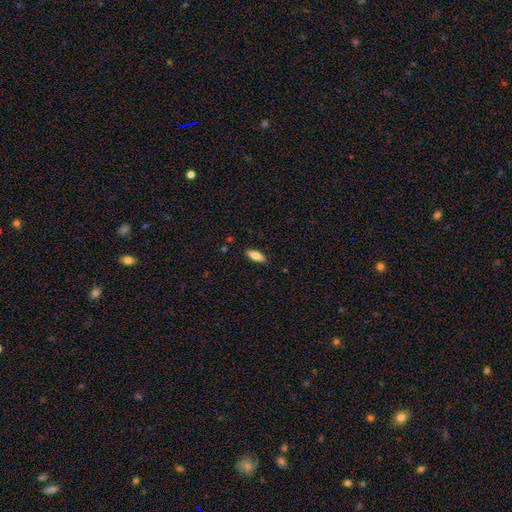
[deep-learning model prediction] Q: Smooth or featured?
A: smooth (80%); runner-up: featured or disk (13%)
Q: How rounded?
A: in between (75%); runner-up: cigar-shaped (23%)
Q: Merging?
A: none (88%); runner-up: minor disturbance (9%)